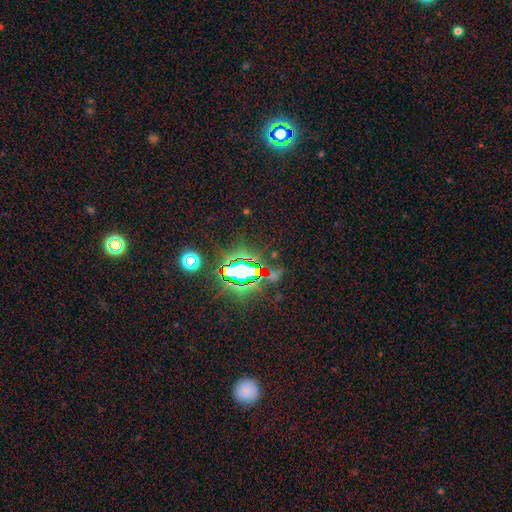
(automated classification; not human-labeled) Smooth or featured?
  - star or artifact: 78% *
  - smooth: 13%
  - featured or disk: 9%